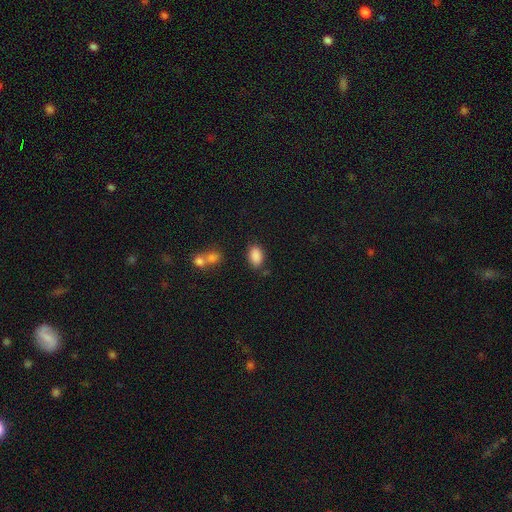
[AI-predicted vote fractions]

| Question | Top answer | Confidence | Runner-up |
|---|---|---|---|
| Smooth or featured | smooth | 88% | star or artifact (8%) |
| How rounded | in between | 89% | round (10%) |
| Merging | none | 77% | minor disturbance (14%) |